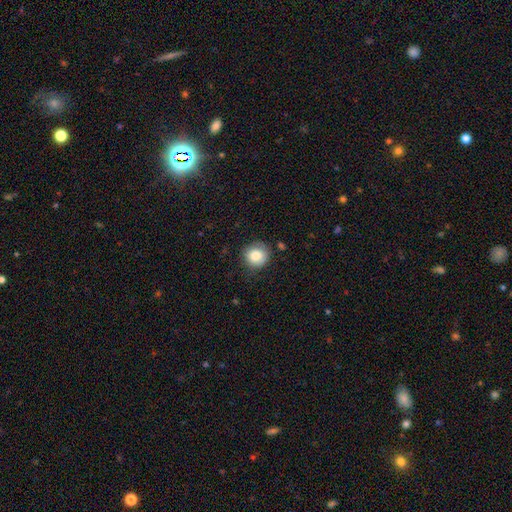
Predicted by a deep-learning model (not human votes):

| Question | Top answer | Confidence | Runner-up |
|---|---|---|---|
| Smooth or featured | smooth | 83% | star or artifact (9%) |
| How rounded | round | 90% | in between (9%) |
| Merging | none | 80% | minor disturbance (15%) |